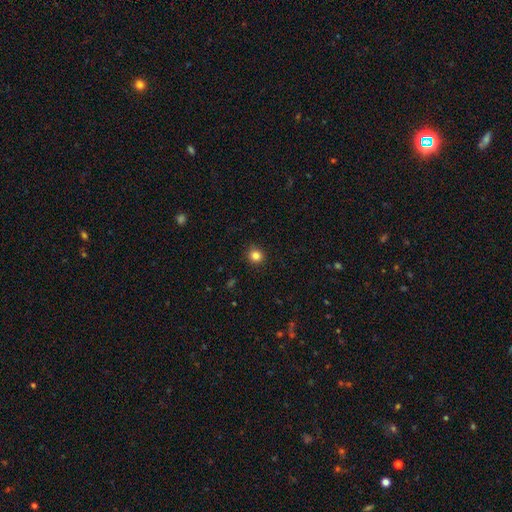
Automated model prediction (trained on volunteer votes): smooth-or-featured: smooth: 83% | star or artifact: 12% | featured or disk: 5%
  how-rounded: round: 91% | in between: 8% | cigar-shaped: 1%
  merging: none: 91% | minor disturbance: 6% | major disturbance: 2% | merger: 1%